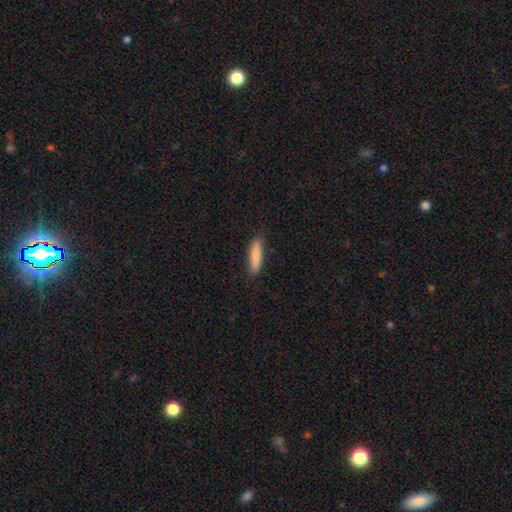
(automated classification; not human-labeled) smooth-or-featured: smooth: 83% | featured or disk: 11% | star or artifact: 6%
  how-rounded: cigar-shaped: 74% | in between: 25% | round: 2%
  merging: none: 86% | minor disturbance: 11% | major disturbance: 2% | merger: 1%